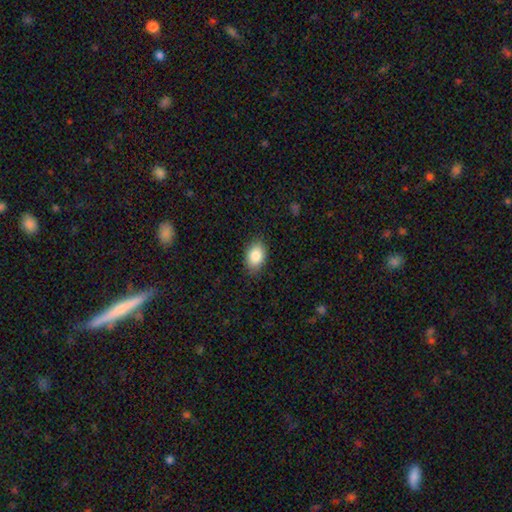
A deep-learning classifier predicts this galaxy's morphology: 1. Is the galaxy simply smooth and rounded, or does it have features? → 86% smooth, 7% star or artifact, 6% featured or disk.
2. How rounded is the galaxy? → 84% in between, 15% round, 1% cigar-shaped.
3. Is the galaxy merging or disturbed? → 86% none, 11% minor disturbance, 2% major disturbance, 1% merger.